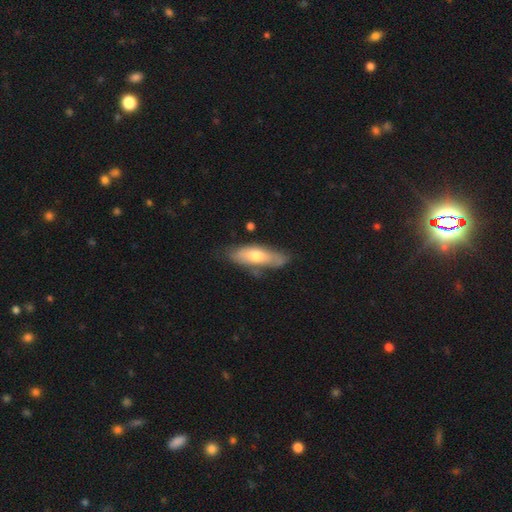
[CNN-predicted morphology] Smooth or featured? smooth (58%)
How rounded? in between (57%)
Merging? none (65%)